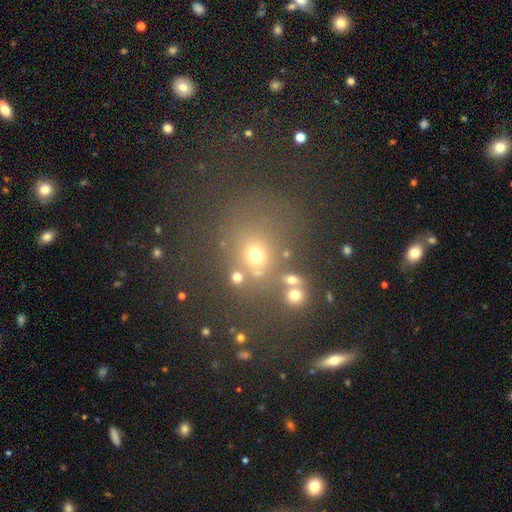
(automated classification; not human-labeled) Smooth or featured? smooth (59%)
How rounded? round (69%)
Merging? none (62%)